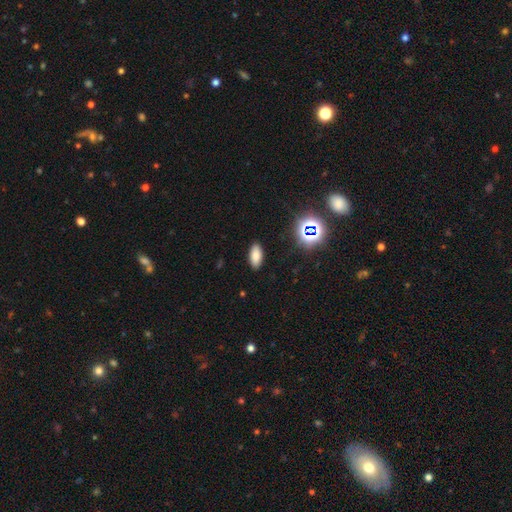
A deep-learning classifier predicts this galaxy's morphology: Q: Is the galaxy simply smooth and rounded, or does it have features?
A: smooth — 79%.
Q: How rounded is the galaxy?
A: in between — 86%.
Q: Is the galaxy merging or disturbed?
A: none — 89%.